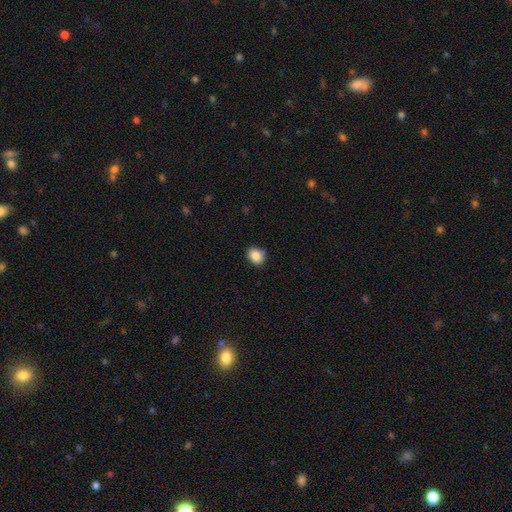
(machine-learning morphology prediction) A smooth galaxy with no disk features (86%) that is round (55%). Merging: none (76%).